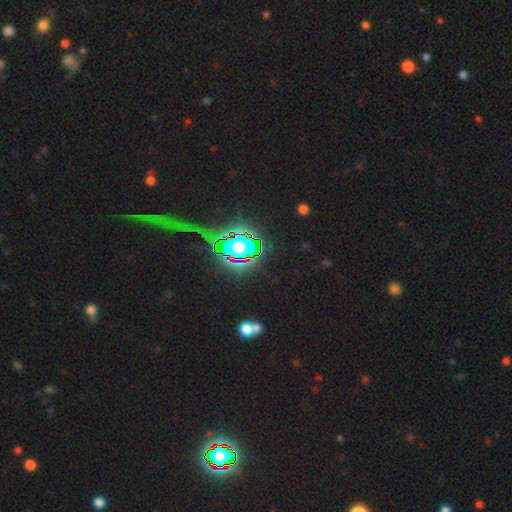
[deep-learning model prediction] The model was most divided on "smooth or featured": star or artifact: 85%, smooth: 8%, featured or disk: 7%.